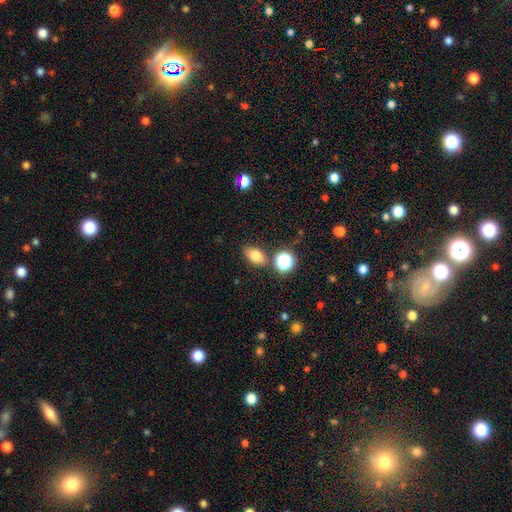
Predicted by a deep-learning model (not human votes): This is likely a smooth galaxy (76%). How rounded: clearly in between (81%). Merging: likely none (79%).